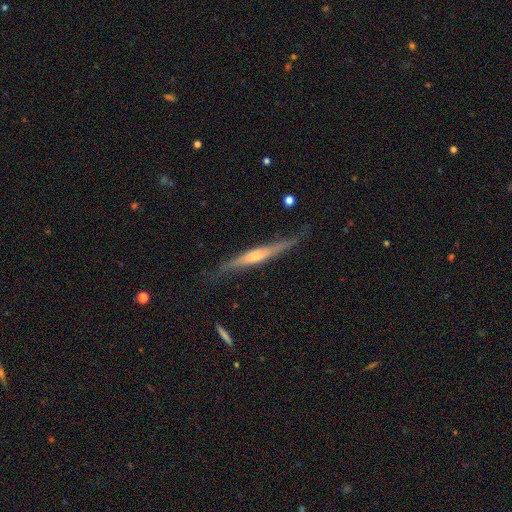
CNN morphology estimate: Overall: featured or disk (67%). Edge-on disk: yes (93%). Edge-on bulge: rounded (62%; none 28%). Merging: none (71%).